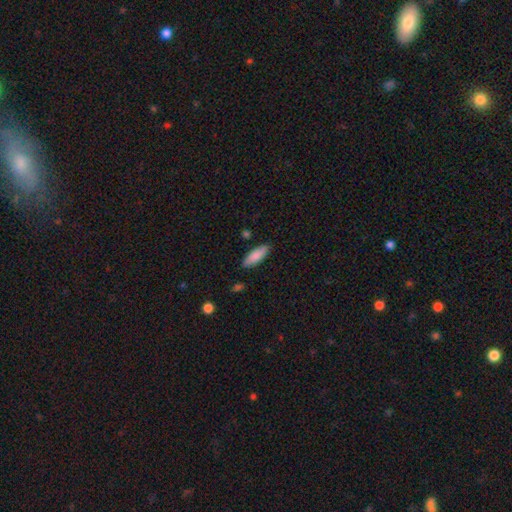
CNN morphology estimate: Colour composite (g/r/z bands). It shows a smooth galaxy with no disk features (85%) that is in between round and cigar-shaped (56%). Merging: none (86%).